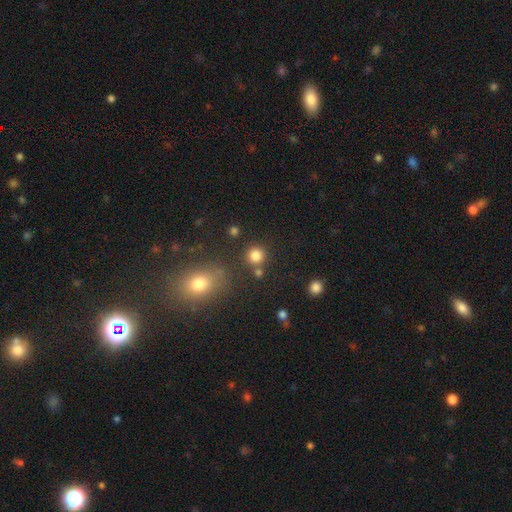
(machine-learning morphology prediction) Overall: smooth (82%). How rounded: round (92%). Merging: none (78%).